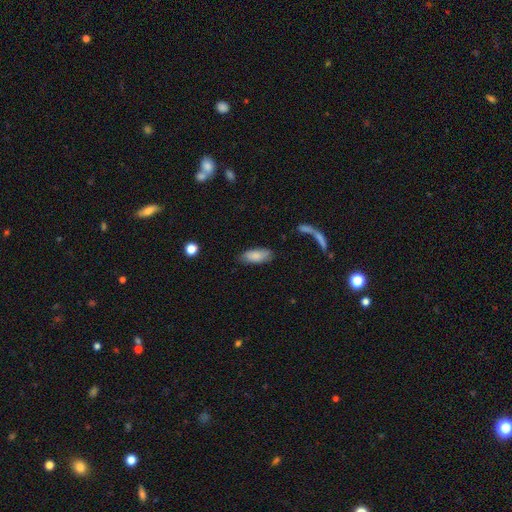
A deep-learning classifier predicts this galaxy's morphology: A smooth galaxy with no disk features (83%) that is in between round and cigar-shaped (85%).

Vote fractions:
- Smooth or featured? smooth: 83% / featured or disk: 11% / star or artifact: 6%
- How rounded? in between: 85% / cigar-shaped: 13% / round: 2%
- Merging? none: 78% / minor disturbance: 16% / major disturbance: 4% / merger: 2%